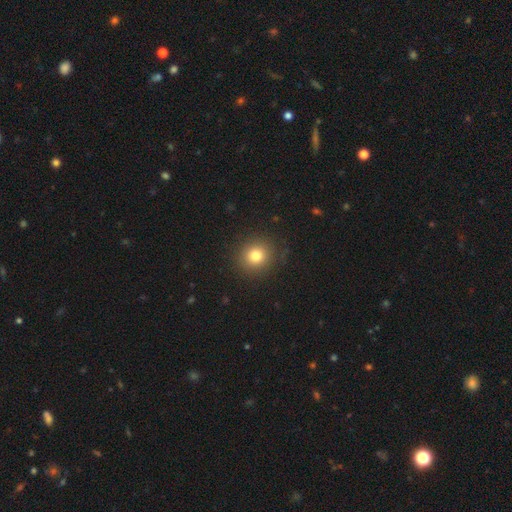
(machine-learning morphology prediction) Q: Smooth or featured?
A: smooth (80%); runner-up: star or artifact (13%)
Q: How rounded?
A: round (89%); runner-up: in between (10%)
Q: Merging?
A: none (90%); runner-up: minor disturbance (7%)